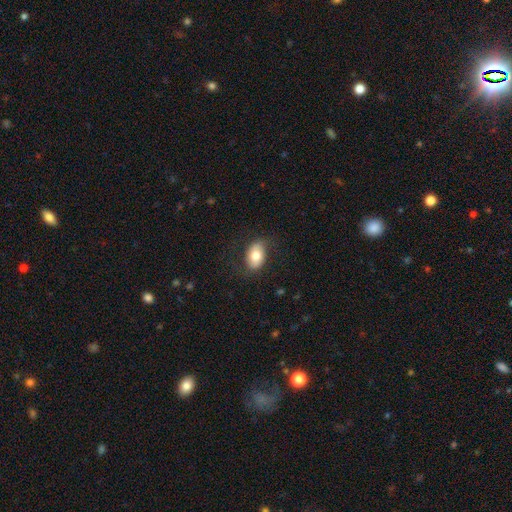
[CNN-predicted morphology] This appears to be a smooth galaxy with no disk features (74%) that is in between round and cigar-shaped (88%). Merging: none (77%).